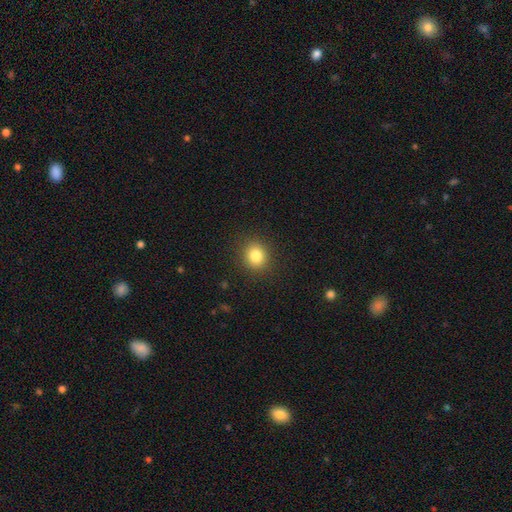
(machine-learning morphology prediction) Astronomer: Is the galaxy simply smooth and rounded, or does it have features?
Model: smooth — 82%.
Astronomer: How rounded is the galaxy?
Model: round — 80%.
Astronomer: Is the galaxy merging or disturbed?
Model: none — 90%.